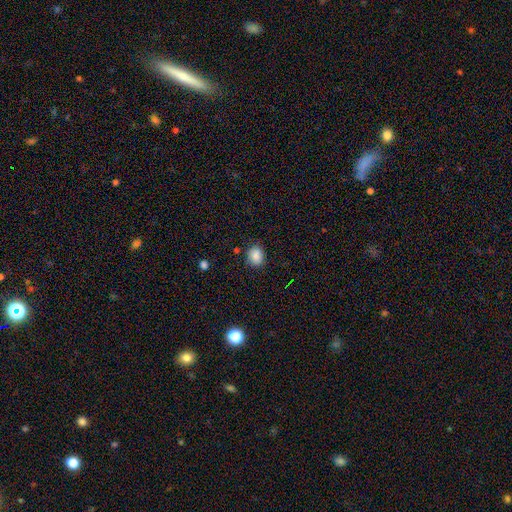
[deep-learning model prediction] Morphology: type=smooth (85%); roundness=round (51%); merging=none (81%).